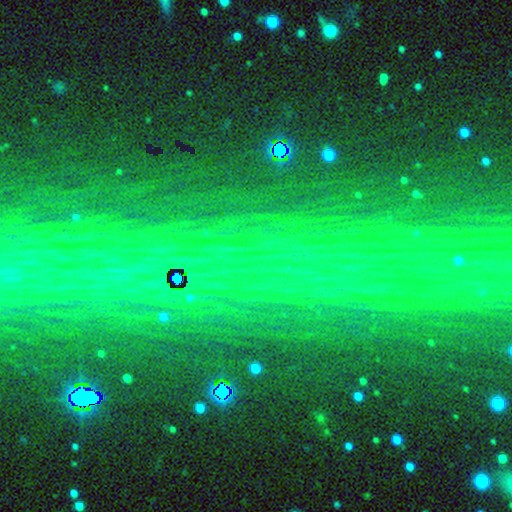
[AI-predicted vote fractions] This appears to be a star or artifact, not a galaxy (84%).